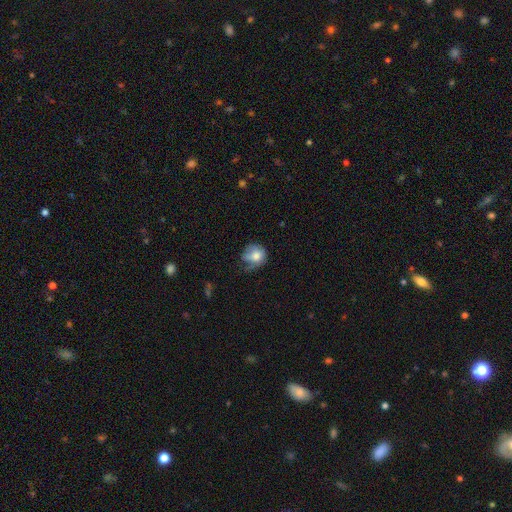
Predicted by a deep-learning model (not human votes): A smooth galaxy with no disk features (70%) that is round (72%). Merging: none (37%).